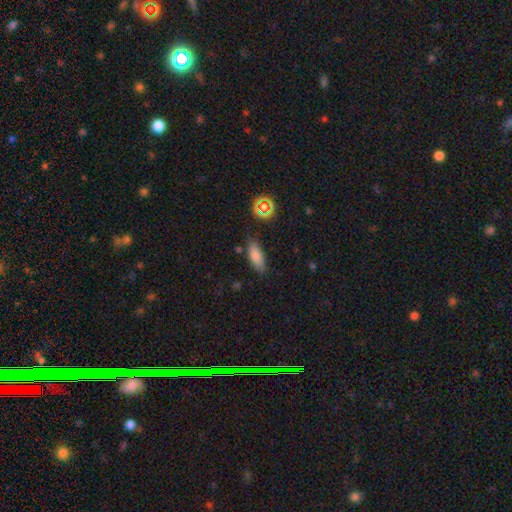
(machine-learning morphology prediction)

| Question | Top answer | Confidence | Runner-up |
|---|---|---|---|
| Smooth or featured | smooth | 78% | star or artifact (12%) |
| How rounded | in between | 75% | cigar-shaped (22%) |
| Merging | none | 76% | minor disturbance (16%) |